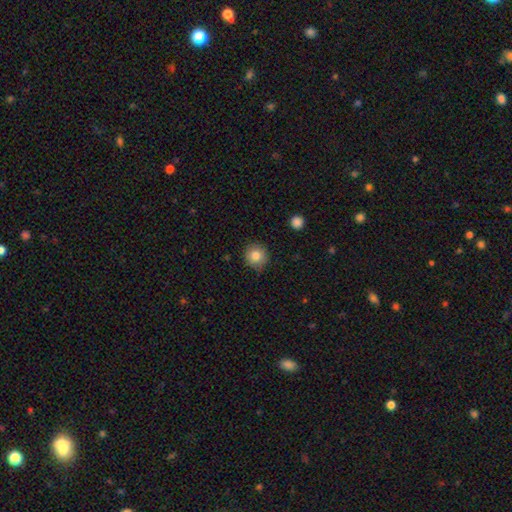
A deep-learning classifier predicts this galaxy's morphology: smooth 83%, star or artifact 9%, featured or disk 7%. Down the decision tree: how rounded — round (91%); merging — none (87%).